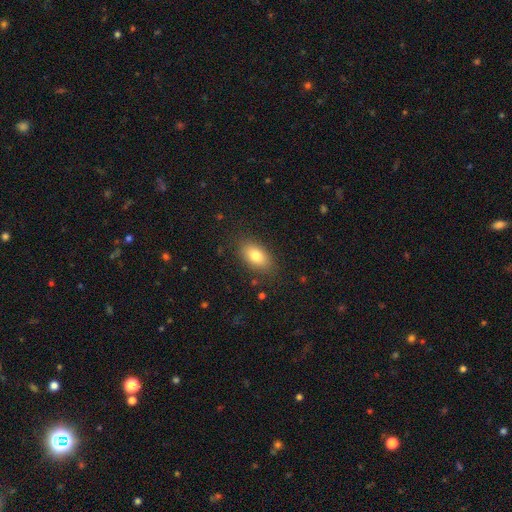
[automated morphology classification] smooth_or_featured: smooth (p=0.80) [alt: featured or disk p=0.12]
how_rounded: in between (p=0.89) [alt: round p=0.07]
merging: none (p=0.83) [alt: minor disturbance p=0.12]